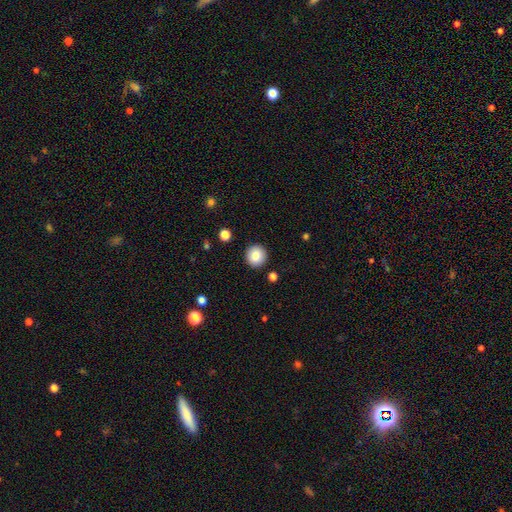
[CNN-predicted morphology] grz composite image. It shows a smooth galaxy with no disk features (86%) that is round (95%). Merging: none (92%).